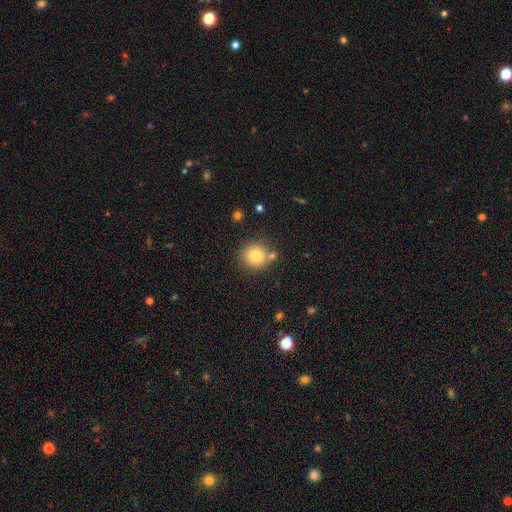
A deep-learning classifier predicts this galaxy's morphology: This appears to be a smooth galaxy with no disk features (80%) that is round (91%). Merging: none (78%).